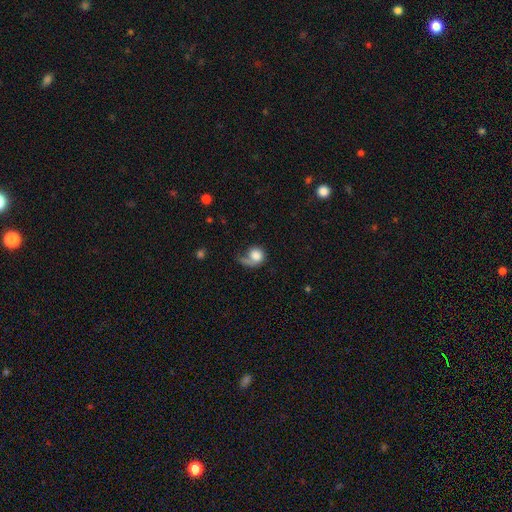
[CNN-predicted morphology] Smooth or featured: smooth — 66% (featured or disk — 26%)
How rounded: round — 69% (in between — 30%)
Merging: major disturbance — 40% (none — 30%)